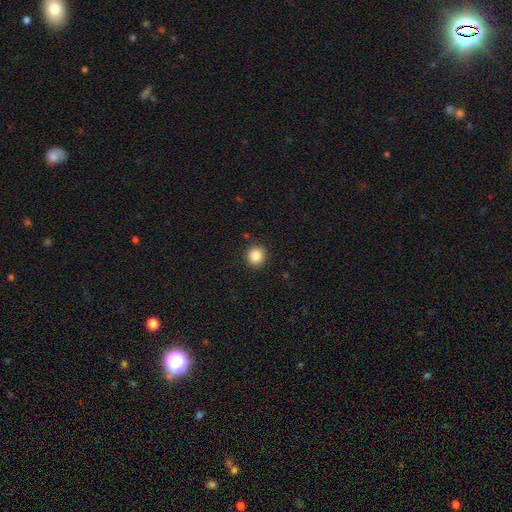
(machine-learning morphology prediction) Smooth or featured? smooth (86%)
How rounded? round (91%)
Merging? none (91%)